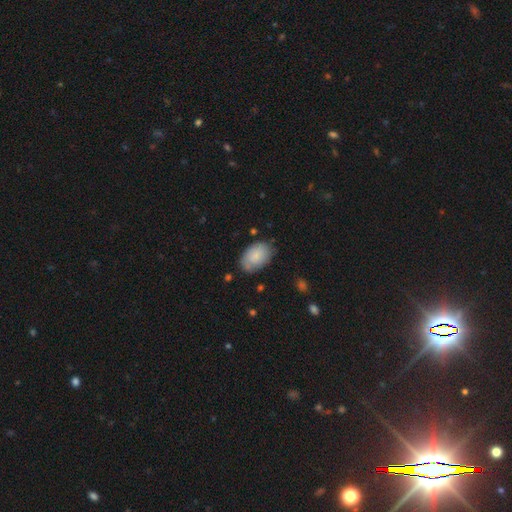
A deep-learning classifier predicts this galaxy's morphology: A smooth galaxy with no disk features (78%) that is in between round and cigar-shaped (90%).

Vote fractions:
- Smooth or featured? smooth: 78% / featured or disk: 16% / star or artifact: 6%
- How rounded? in between: 90% / round: 9% / cigar-shaped: 1%
- Merging? none: 72% / minor disturbance: 21% / major disturbance: 5% / merger: 2%